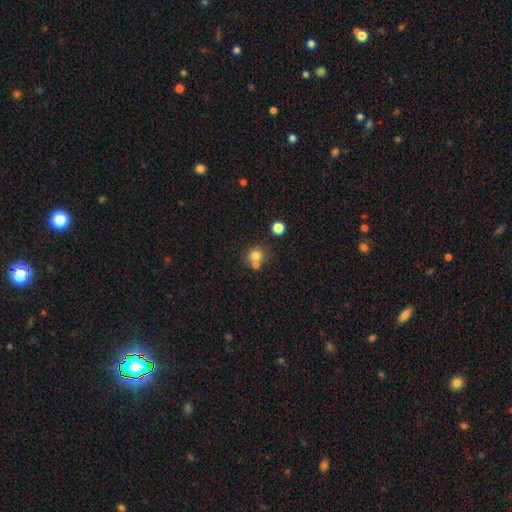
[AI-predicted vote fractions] smooth 77%, star or artifact 13%, featured or disk 10%. Down the decision tree: how rounded — round (85%); merging — none (56%).